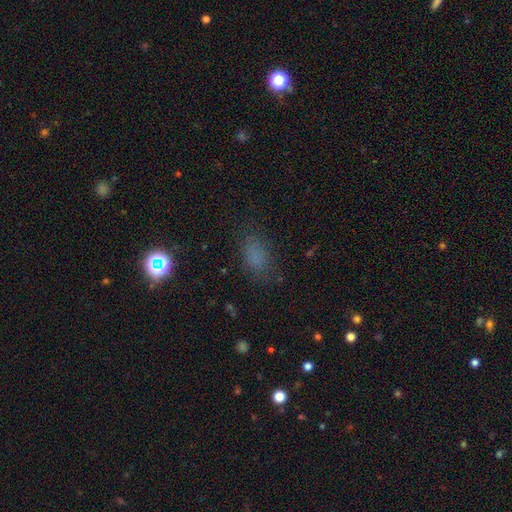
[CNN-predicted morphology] Smooth or featured: smooth — 72% (star or artifact — 20%)
How rounded: in between — 82% (round — 14%)
Merging: none — 73% (minor disturbance — 18%)